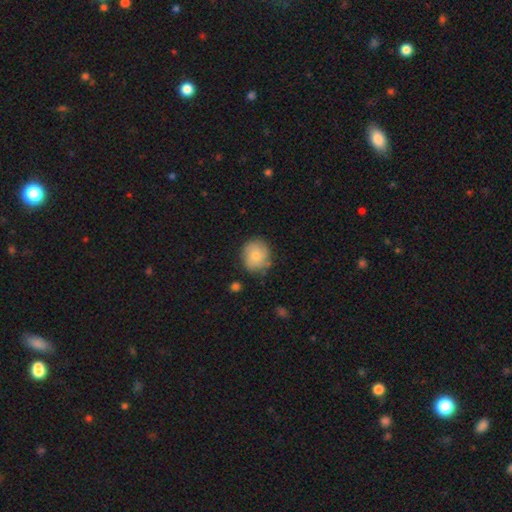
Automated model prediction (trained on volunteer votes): Smooth or featured? smooth (76%)
How rounded? round (79%)
Merging? none (76%)